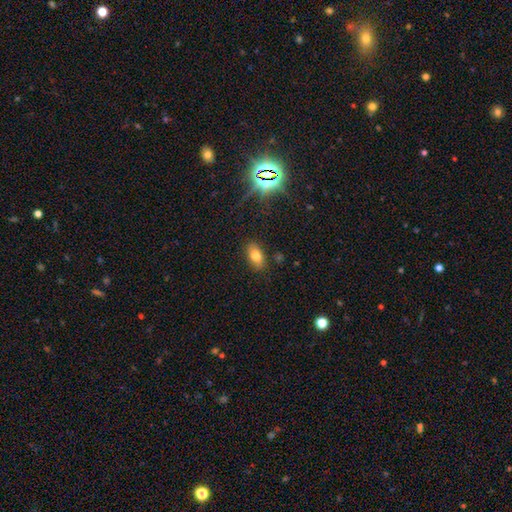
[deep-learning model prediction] smooth 75%, featured or disk 13%, star or artifact 13%. Down the decision tree: how rounded — in between (88%); merging — none (85%).